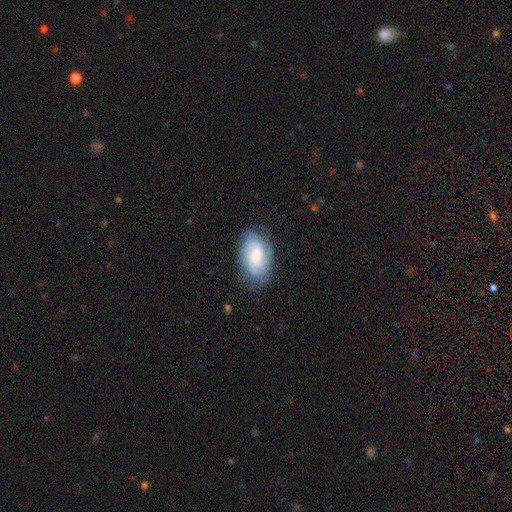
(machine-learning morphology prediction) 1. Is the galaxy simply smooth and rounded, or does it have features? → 53% featured or disk, 40% smooth, 7% star or artifact.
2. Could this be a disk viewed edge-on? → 95% no, 5% yes.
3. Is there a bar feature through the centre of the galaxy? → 47% weak, 41% no, 11% strong.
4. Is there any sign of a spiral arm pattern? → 86% yes, 14% no.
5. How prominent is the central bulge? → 43% moderate, 38% small, 9% large, 8% none, 2% dominant.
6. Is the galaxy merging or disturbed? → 70% none, 22% minor disturbance, 7% major disturbance, 1% merger.